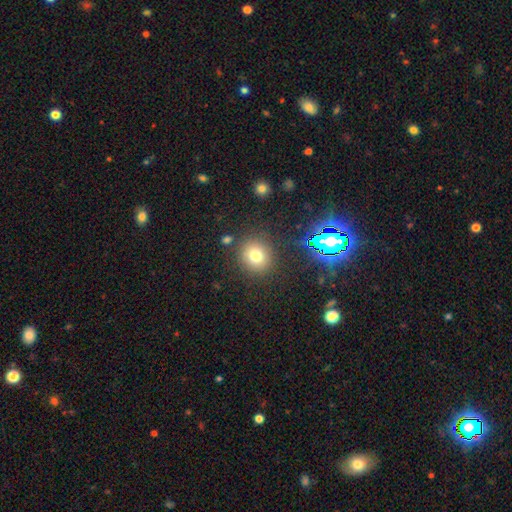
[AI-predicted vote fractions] Smooth or featured? smooth (74%)
How rounded? round (86%)
Merging? none (85%)